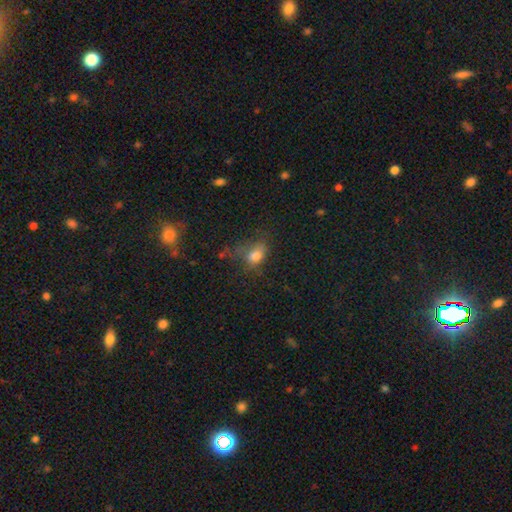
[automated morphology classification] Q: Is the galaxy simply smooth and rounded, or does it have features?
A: smooth — 73%.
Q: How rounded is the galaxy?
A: in between — 69%.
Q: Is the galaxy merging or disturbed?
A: none — 41%.